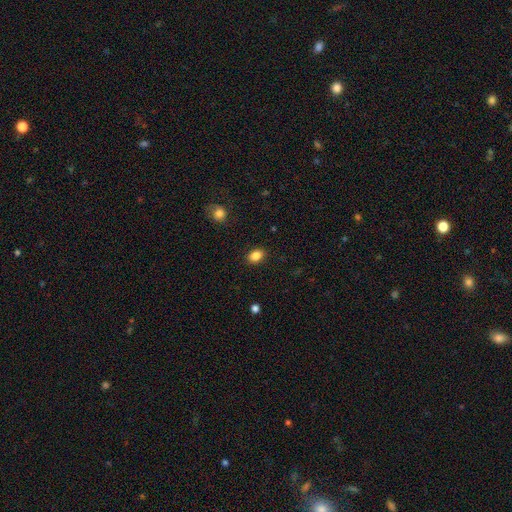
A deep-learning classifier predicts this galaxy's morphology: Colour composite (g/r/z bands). It shows a smooth galaxy with no disk features (86%) that is in between round and cigar-shaped (72%). Merging: none (88%).